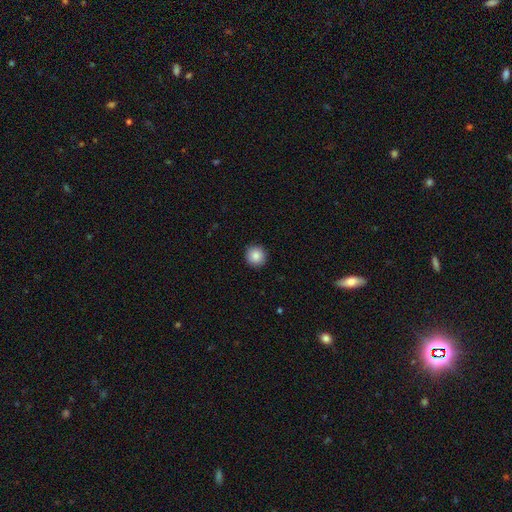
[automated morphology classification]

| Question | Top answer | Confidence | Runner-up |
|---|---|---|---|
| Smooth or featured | smooth | 87% | star or artifact (8%) |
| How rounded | round | 95% | in between (4%) |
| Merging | none | 93% | minor disturbance (5%) |